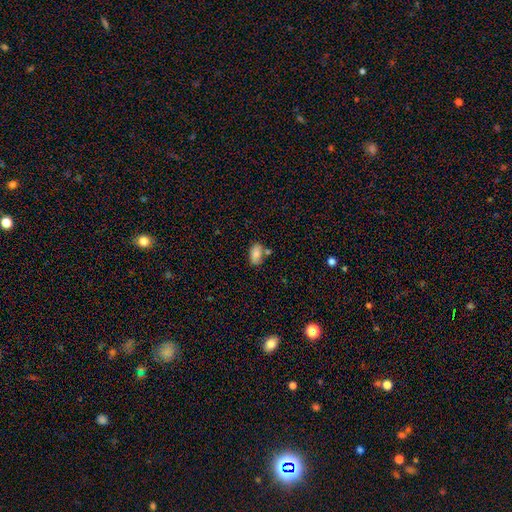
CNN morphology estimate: A smooth galaxy with no disk features (81%) that is in between round and cigar-shaped (92%). Merging: none (66%).